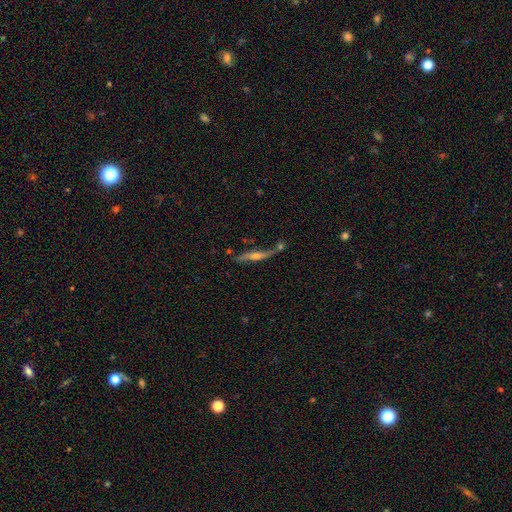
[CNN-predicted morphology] Smooth or featured?
  - featured or disk: 65% *
  - smooth: 26%
  - star or artifact: 9%
Edge-on disk?
  - yes: 79% *
  - no: 21%
Edge-on bulge?
  - rounded: 72% *
  - none: 19%
  - boxy: 9%
Merging?
  - none: 57% *
  - minor disturbance: 18%
  - merger: 16%
  - major disturbance: 8%